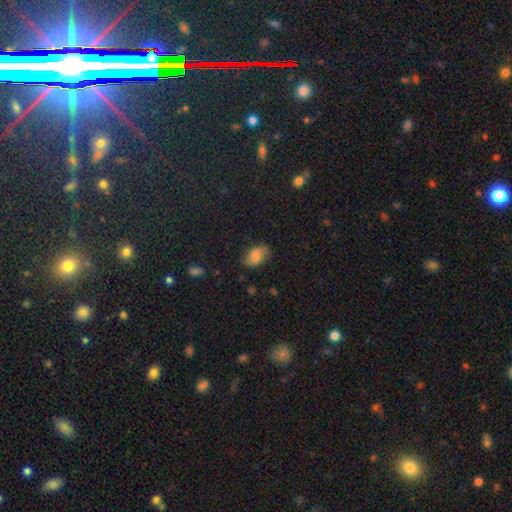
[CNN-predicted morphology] Q: Smooth or featured?
A: smooth (73%); runner-up: featured or disk (17%)
Q: How rounded?
A: in between (84%); runner-up: round (14%)
Q: Merging?
A: none (70%); runner-up: minor disturbance (22%)